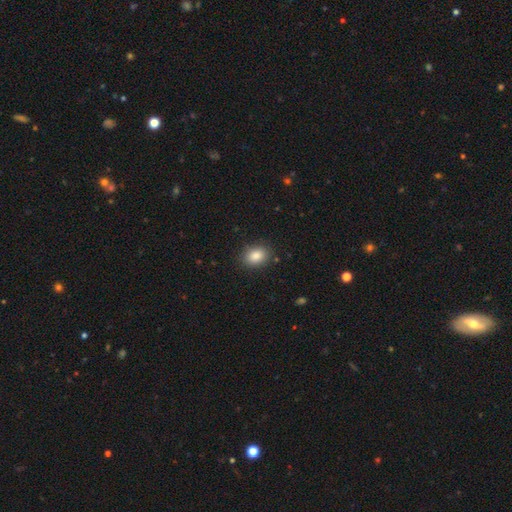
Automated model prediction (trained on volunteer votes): The model was most divided on "how rounded": in between: 68%, round: 31%, cigar-shaped: 1%. More confident: merging — none (87%); smooth or featured — smooth (86%).